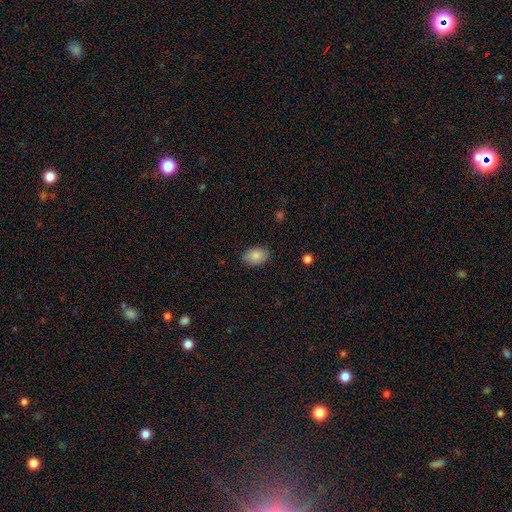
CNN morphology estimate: Smooth or featured?
  - smooth: 86% *
  - star or artifact: 7%
  - featured or disk: 7%
How rounded?
  - in between: 86% *
  - round: 13%
  - cigar-shaped: 1%
Merging?
  - none: 84% *
  - minor disturbance: 12%
  - major disturbance: 3%
  - merger: 1%